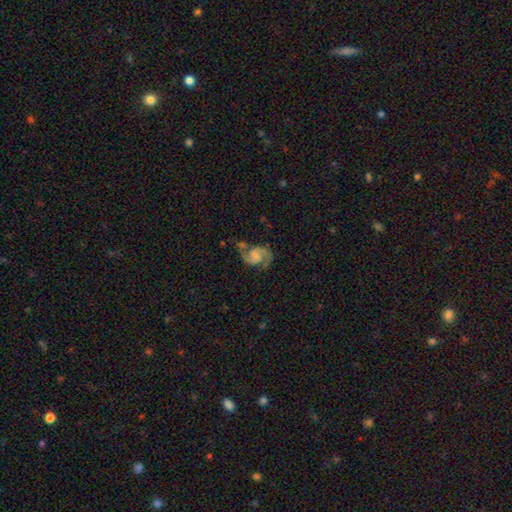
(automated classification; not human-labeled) Morphology: type=featured or disk (85%); edge-on=no (98%); bar=no (49%); spiral arms=yes (97%); winding=medium (55%); arm count=2 (92%); bulge=none (38%); merging=none (61%).